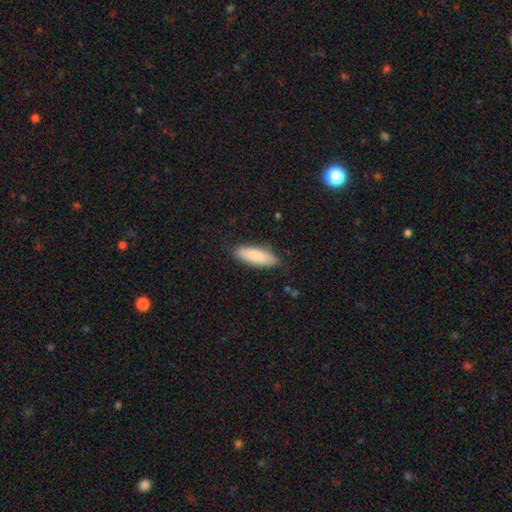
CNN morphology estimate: Smooth or featured? smooth (84%)
How rounded? in between (63%)
Merging? none (83%)